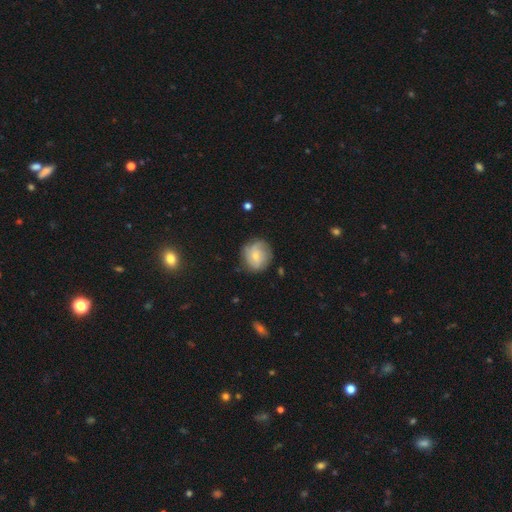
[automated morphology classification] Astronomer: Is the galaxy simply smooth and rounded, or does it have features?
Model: featured or disk — 47% (runner-up: smooth, 45%).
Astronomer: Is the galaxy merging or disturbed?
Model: none — 74%.